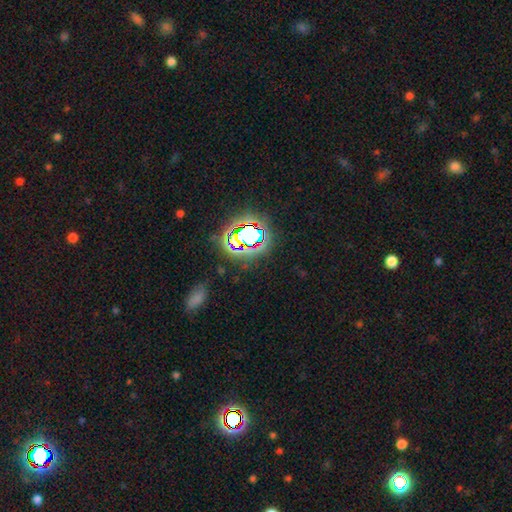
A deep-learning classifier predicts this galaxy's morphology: Smooth or featured?
  - star or artifact: 77% *
  - smooth: 14%
  - featured or disk: 8%